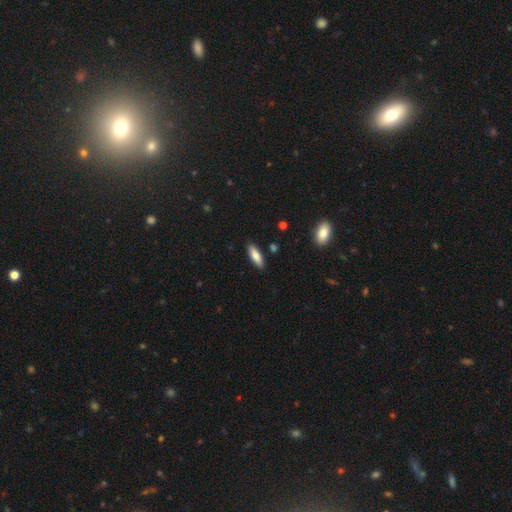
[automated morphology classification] Q: Smooth or featured?
A: smooth (80%); runner-up: featured or disk (14%)
Q: How rounded?
A: in between (54%); runner-up: cigar-shaped (44%)
Q: Merging?
A: none (88%); runner-up: minor disturbance (9%)